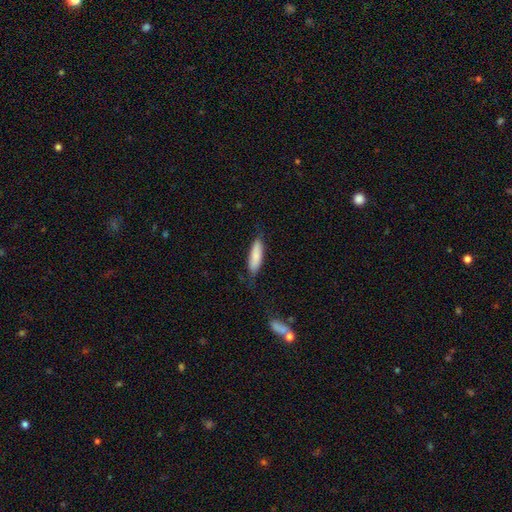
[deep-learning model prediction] Smooth or featured? Predicted: smooth (p=0.83). How rounded? Predicted: cigar-shaped (p=0.56). Merging? Predicted: none (p=0.77).